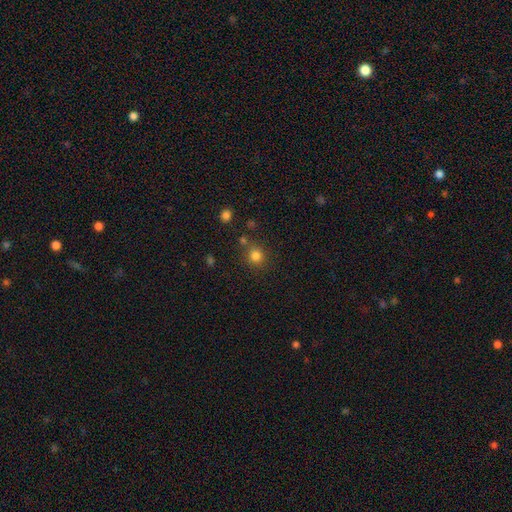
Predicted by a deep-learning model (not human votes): Smooth or featured: smooth — 81% (star or artifact — 14%)
How rounded: round — 91% (in between — 8%)
Merging: none — 78% (minor disturbance — 9%)